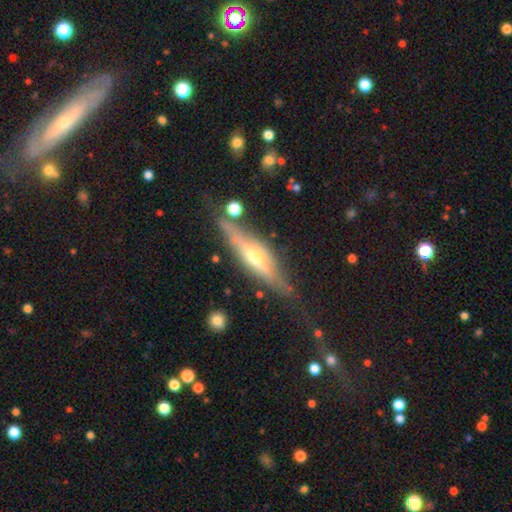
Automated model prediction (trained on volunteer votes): A featured or disk galaxy (77%) viewed edge-on (92%) with a rounded central bulge (83%). Merging: none (73%).